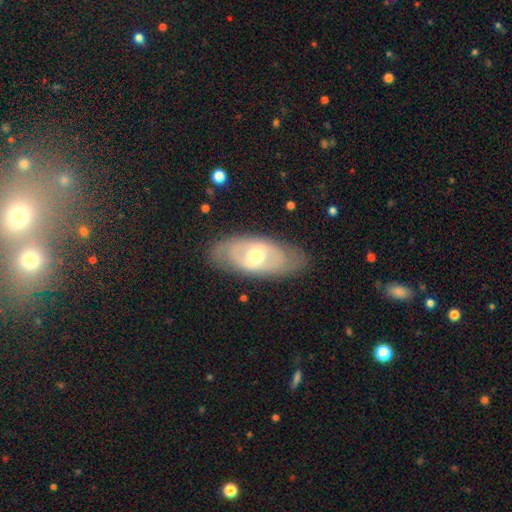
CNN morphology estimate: Smooth or featured: featured or disk — 62% (smooth — 32%)
Edge-on disk: no — 87% (yes — 13%)
Bar: weak — 42% (no — 32%)
Spiral arms: no — 60% (yes — 40%)
Bulge size: moderate — 66% (small — 25%)
Merging: none — 80% (minor disturbance — 13%)